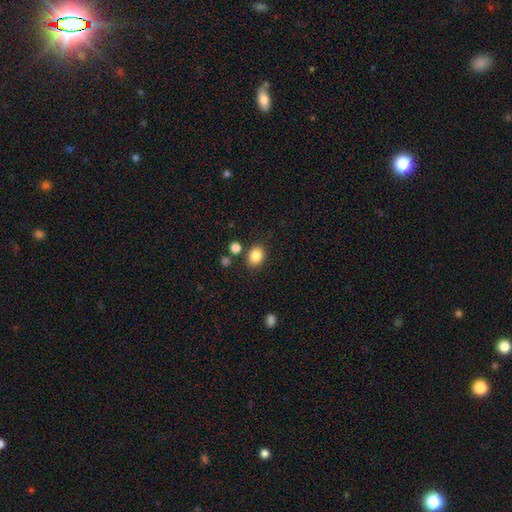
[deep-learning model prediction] Smooth or featured? smooth (85%)
How rounded? in between (52%)
Merging? none (80%)